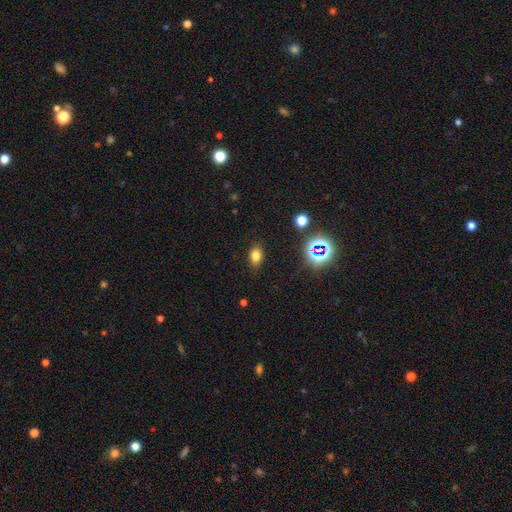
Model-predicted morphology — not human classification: This appears to be a smooth galaxy with no disk features (74%) that is in between round and cigar-shaped (75%). Merging: none (84%).